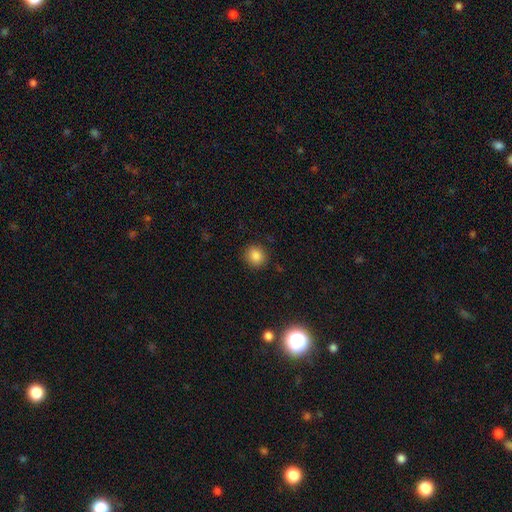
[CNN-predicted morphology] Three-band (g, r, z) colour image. It shows a smooth galaxy with no disk features (85%) that is round (88%). Merging: none (90%).